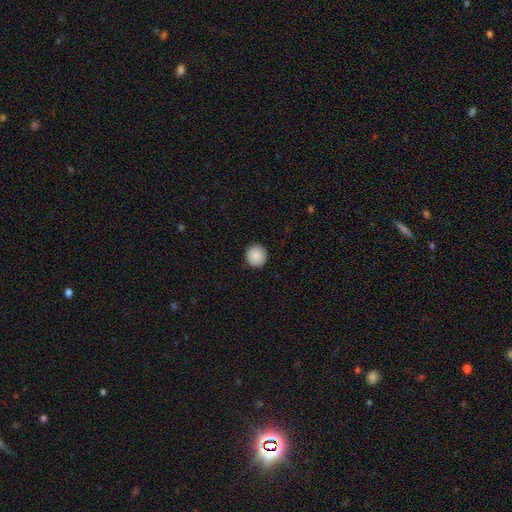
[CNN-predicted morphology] smooth-or-featured: smooth: 89% | star or artifact: 8% | featured or disk: 3%
  how-rounded: round: 93% | in between: 6% | cigar-shaped: 1%
  merging: none: 92% | minor disturbance: 5% | major disturbance: 2% | merger: 1%